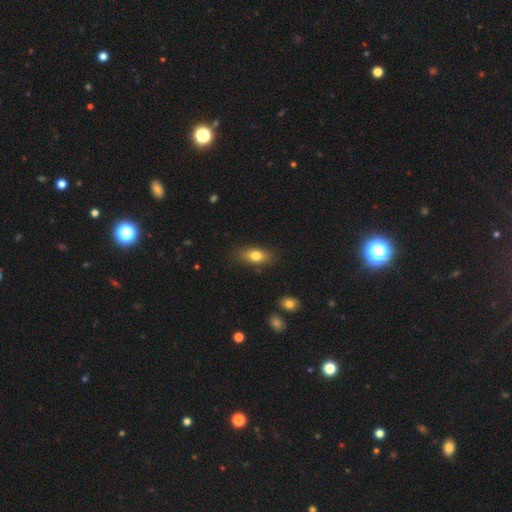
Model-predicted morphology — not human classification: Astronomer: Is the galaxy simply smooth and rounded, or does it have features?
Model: smooth — 77%.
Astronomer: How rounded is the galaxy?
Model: in between — 81%.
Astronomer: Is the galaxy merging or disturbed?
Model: none — 82%.